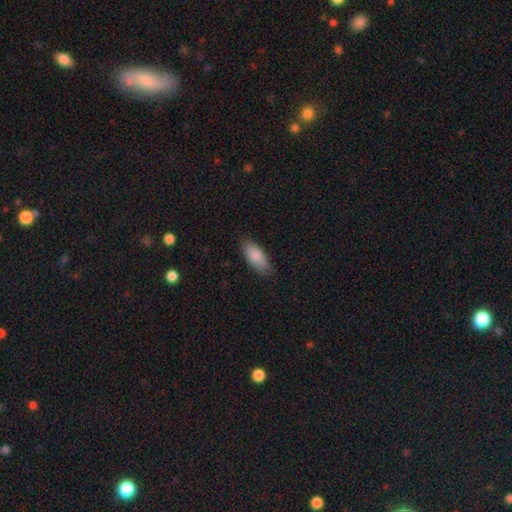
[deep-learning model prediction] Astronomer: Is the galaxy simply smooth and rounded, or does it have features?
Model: smooth — 87%.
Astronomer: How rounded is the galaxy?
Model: in between — 86%.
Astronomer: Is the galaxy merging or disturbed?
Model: none — 80%.